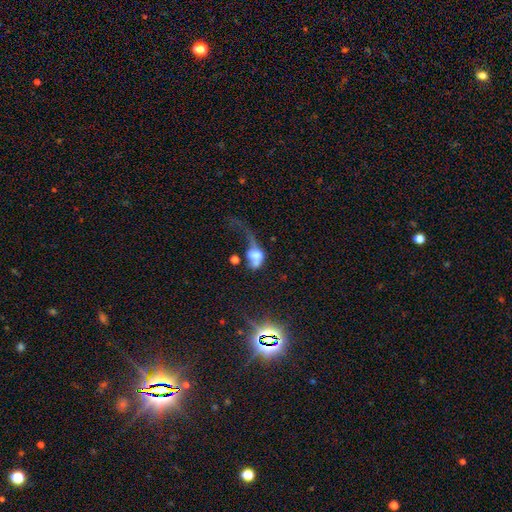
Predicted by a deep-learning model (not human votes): Overall: smooth (49%; featured or disk 37%). Merging: major disturbance (52%; merger 26%).